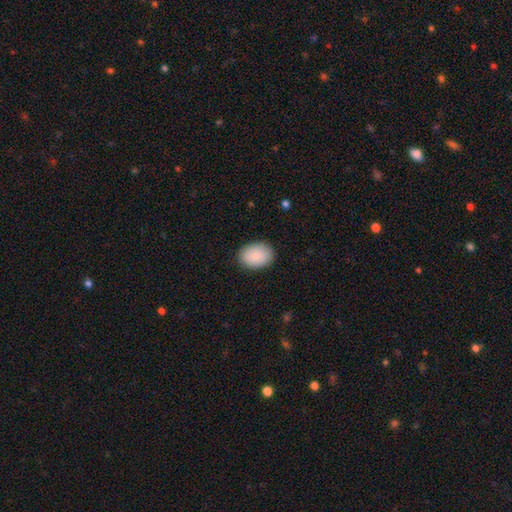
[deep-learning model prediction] Smooth or featured? Predicted: smooth (p=0.90). How rounded? Predicted: in between (p=0.73). Merging? Predicted: none (p=0.88).